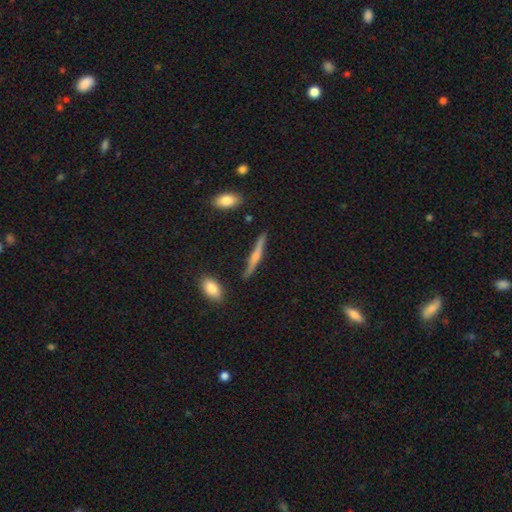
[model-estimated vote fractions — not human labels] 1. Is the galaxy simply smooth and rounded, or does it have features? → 52% featured or disk, 41% smooth, 7% star or artifact.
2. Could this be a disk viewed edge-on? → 96% yes, 4% no.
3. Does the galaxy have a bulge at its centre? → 58% rounded, 29% none, 14% boxy.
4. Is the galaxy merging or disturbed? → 85% none, 10% minor disturbance, 2% merger, 2% major disturbance.